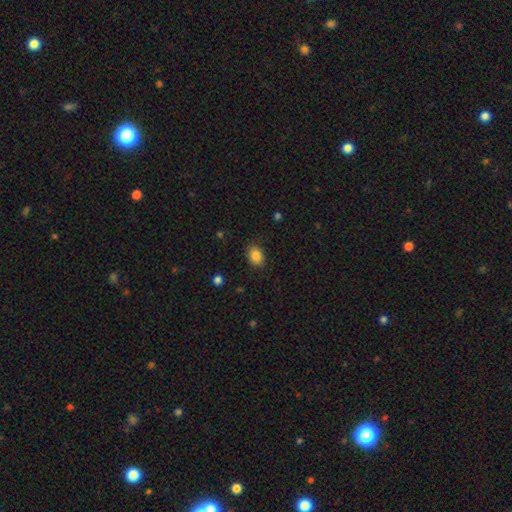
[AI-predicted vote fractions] smooth_or_featured: smooth (p=0.86) [alt: star or artifact p=0.09]
how_rounded: in between (p=0.75) [alt: round p=0.24]
merging: none (p=0.85) [alt: minor disturbance p=0.11]